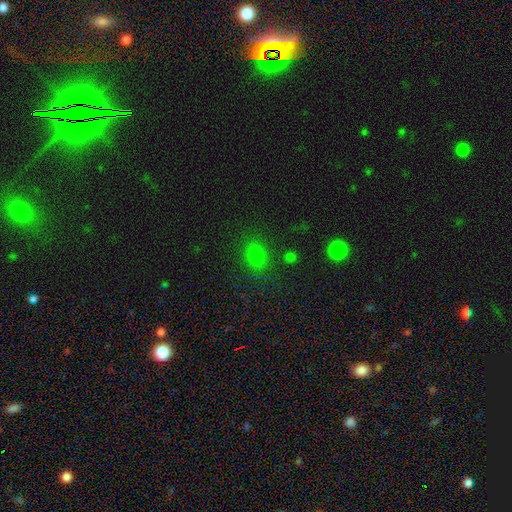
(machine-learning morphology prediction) Smooth or featured? smooth (73%)
How rounded? in between (54%)
Merging? none (78%)